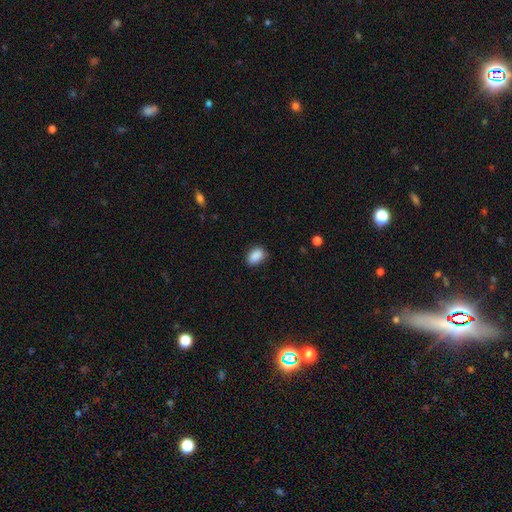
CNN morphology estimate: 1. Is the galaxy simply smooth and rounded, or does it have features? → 89% smooth, 8% star or artifact, 3% featured or disk.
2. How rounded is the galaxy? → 87% in between, 11% round, 1% cigar-shaped.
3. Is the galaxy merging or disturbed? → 83% none, 13% minor disturbance, 3% major disturbance, 1% merger.